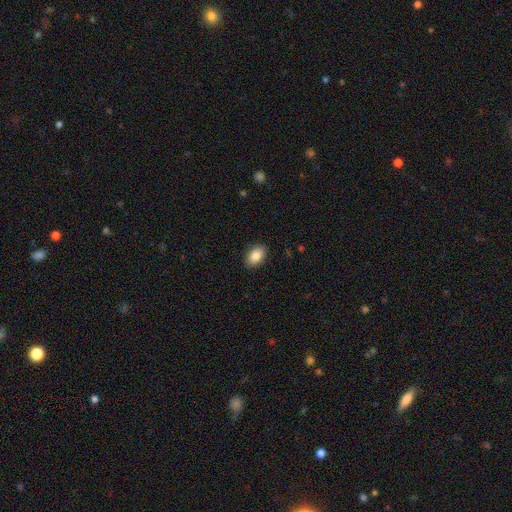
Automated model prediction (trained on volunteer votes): Smooth or featured? smooth (87%)
How rounded? in between (90%)
Merging? none (89%)